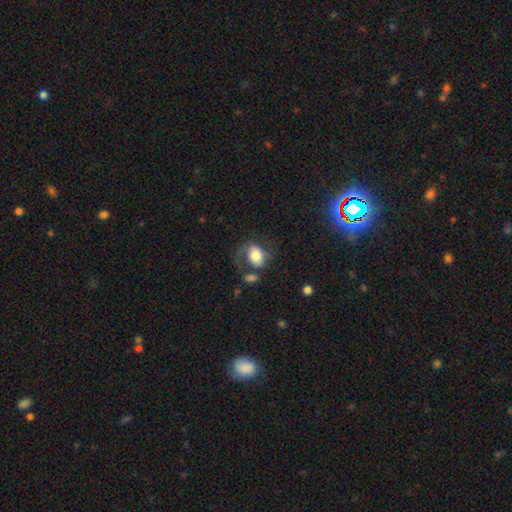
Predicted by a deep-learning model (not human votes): Overall: smooth (58%; featured or disk 34%). How rounded: in between (69%; round 30%). Merging: none (40%; major disturbance 27%).